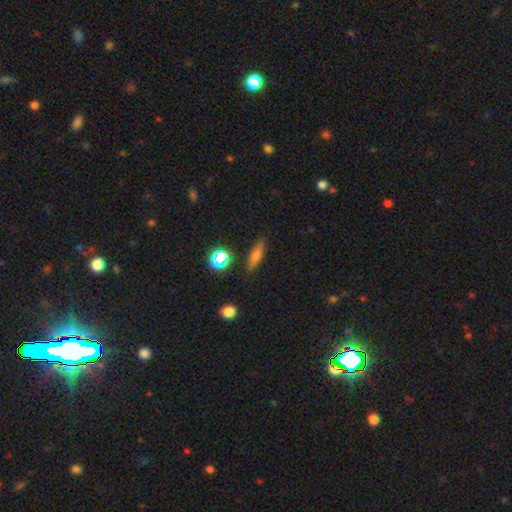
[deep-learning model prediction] Smooth or featured? smooth (66%)
How rounded? cigar-shaped (59%)
Merging? none (84%)